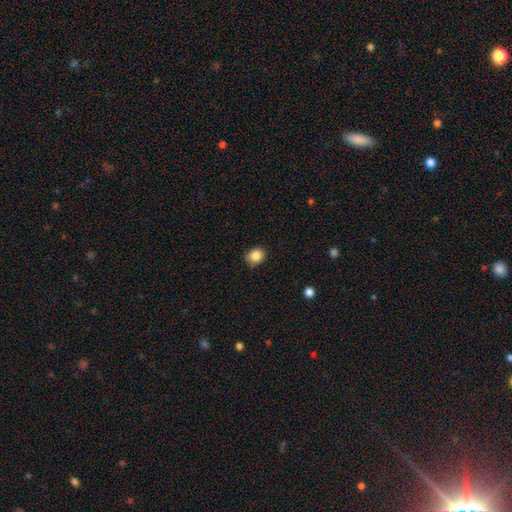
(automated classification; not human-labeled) Smooth or featured?
  - smooth: 85% *
  - star or artifact: 10%
  - featured or disk: 5%
How rounded?
  - round: 62% *
  - in between: 37%
  - cigar-shaped: 1%
Merging?
  - none: 79% *
  - minor disturbance: 17%
  - major disturbance: 3%
  - merger: 1%